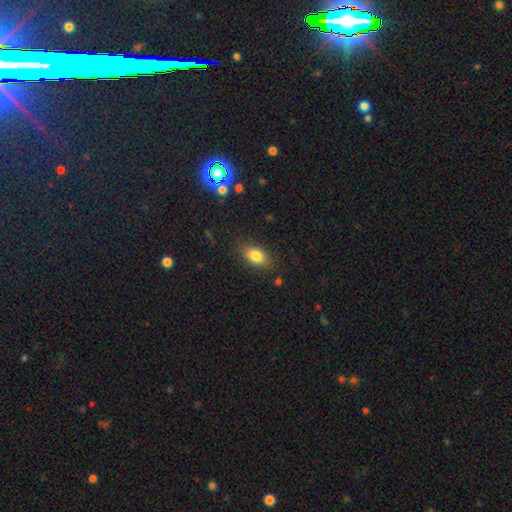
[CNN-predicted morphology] This appears to be a smooth galaxy with no disk features (82%) that is in between round and cigar-shaped (84%). Merging: none (83%).